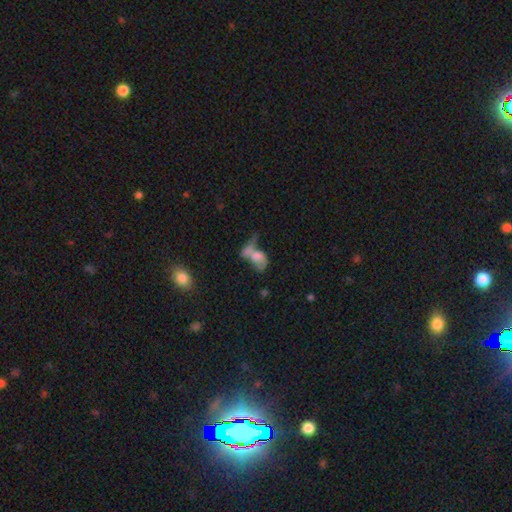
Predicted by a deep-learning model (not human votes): Q: Smooth or featured?
A: smooth (46%); runner-up: featured or disk (41%)
Q: Merging?
A: merger (50%); runner-up: major disturbance (22%)